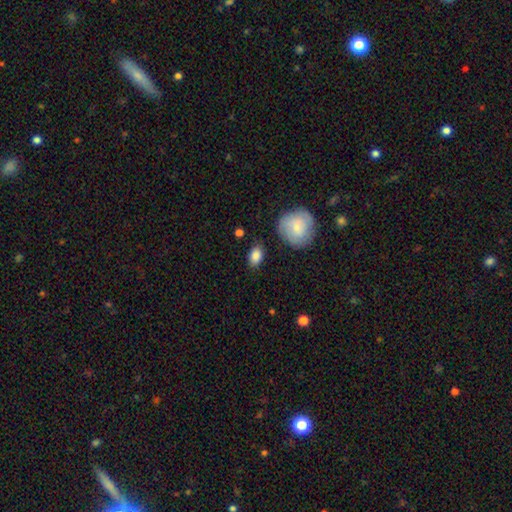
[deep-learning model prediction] Q: Smooth or featured?
A: smooth (86%); runner-up: featured or disk (7%)
Q: How rounded?
A: in between (84%); runner-up: round (15%)
Q: Merging?
A: none (80%); runner-up: minor disturbance (13%)